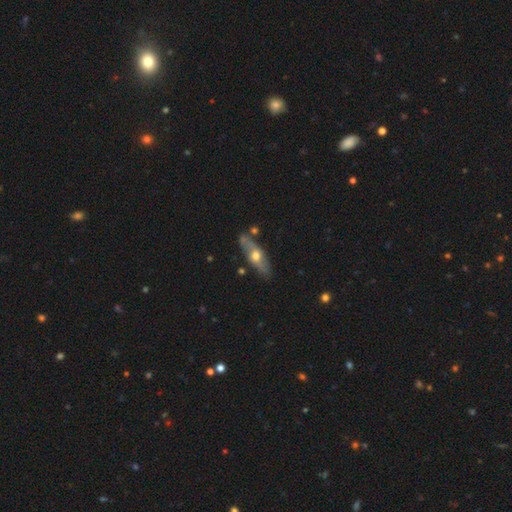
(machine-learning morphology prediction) featured or disk 54%, smooth 40%, star or artifact 6%. Down the decision tree: edge-on disk — yes (53%); merging — none (75%).